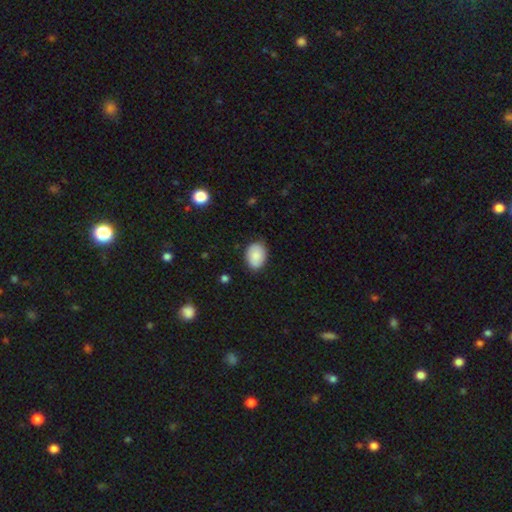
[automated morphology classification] A smooth galaxy with no disk features (84%) that is in between round and cigar-shaped (76%).

Vote fractions:
- Smooth or featured? smooth: 84% / featured or disk: 9% / star or artifact: 7%
- How rounded? in between: 76% / round: 23% / cigar-shaped: 1%
- Merging? none: 81% / minor disturbance: 15% / major disturbance: 3% / merger: 1%